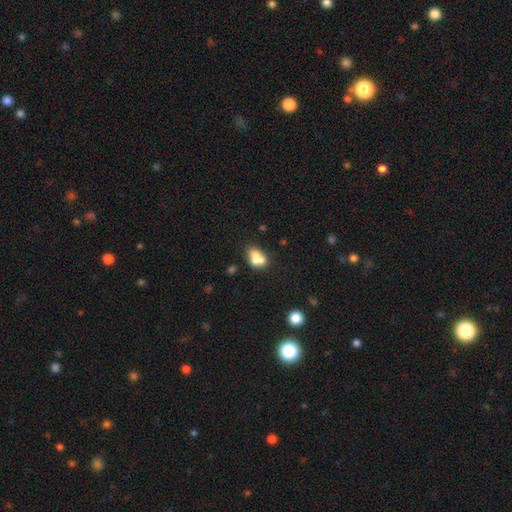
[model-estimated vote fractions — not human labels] Q: Smooth or featured?
A: smooth (62%); runner-up: featured or disk (27%)
Q: How rounded?
A: in between (59%); runner-up: round (39%)
Q: Merging?
A: merger (58%); runner-up: none (26%)